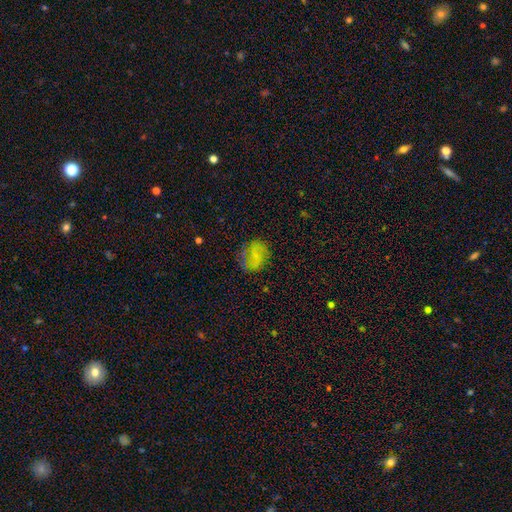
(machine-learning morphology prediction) Overall: smooth (50%; featured or disk 39%). Merging: none (72%).